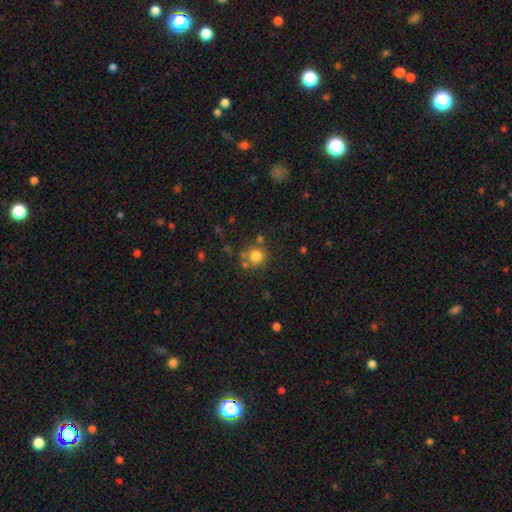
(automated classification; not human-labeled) Smooth or featured? smooth (80%)
How rounded? round (91%)
Merging? none (69%)